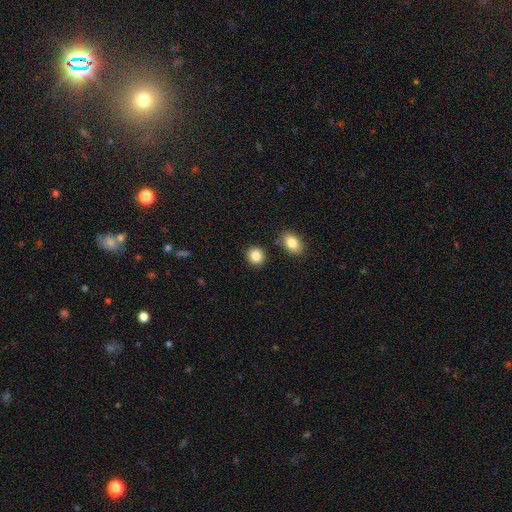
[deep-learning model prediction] Smooth or featured?
  - smooth: 86% *
  - star or artifact: 9%
  - featured or disk: 5%
How rounded?
  - round: 81% *
  - in between: 18%
  - cigar-shaped: 1%
Merging?
  - none: 86% *
  - minor disturbance: 7%
  - merger: 4%
  - major disturbance: 2%